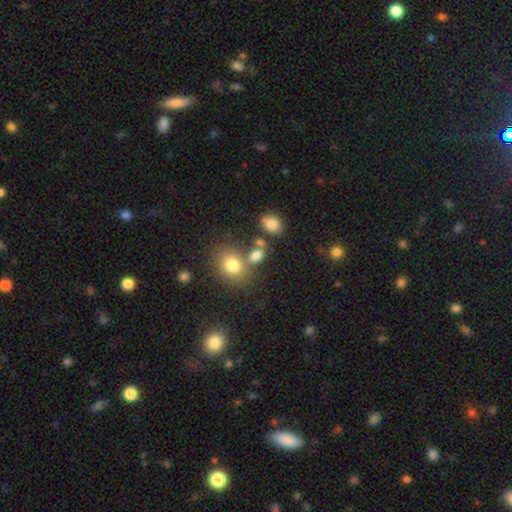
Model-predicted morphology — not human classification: This appears to be a smooth galaxy with no disk features (75%) that is in between round and cigar-shaped (53%). Merging: none (65%).